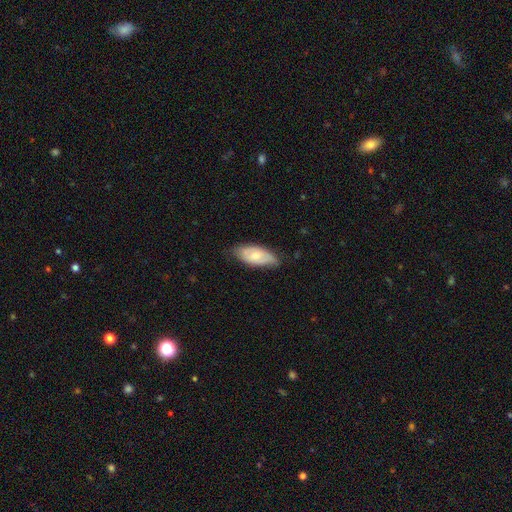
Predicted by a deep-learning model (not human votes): A smooth galaxy with no disk features (60%) that is in between round and cigar-shaped (88%).

Vote fractions:
- Smooth or featured? smooth: 60% / featured or disk: 35% / star or artifact: 6%
- How rounded? in between: 88% / cigar-shaped: 10% / round: 2%
- Merging? none: 67% / minor disturbance: 27% / major disturbance: 5% / merger: 1%